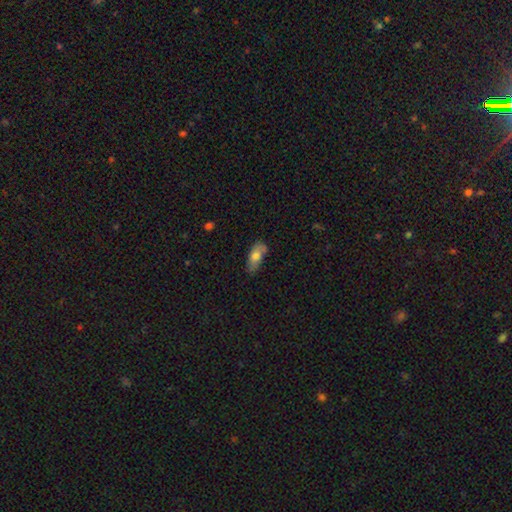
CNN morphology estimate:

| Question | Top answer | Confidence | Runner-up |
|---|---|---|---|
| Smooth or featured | smooth | 72% | featured or disk (21%) |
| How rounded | in between | 82% | cigar-shaped (15%) |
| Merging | none | 56% | minor disturbance (30%) |